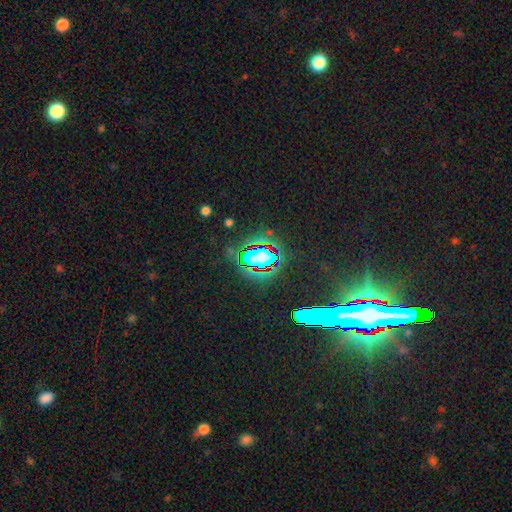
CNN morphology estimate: The model was most divided on "smooth or featured": star or artifact: 65%, smooth: 23%, featured or disk: 12%.